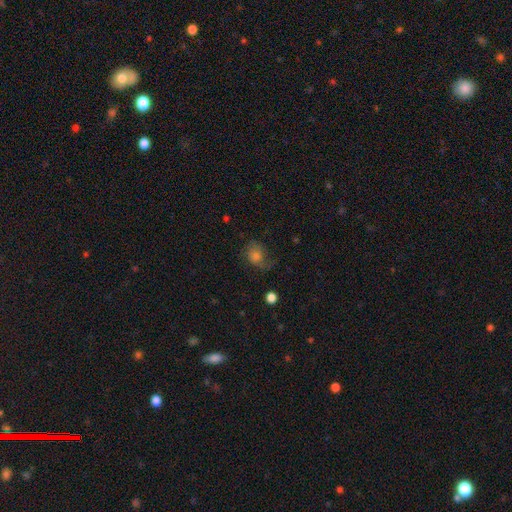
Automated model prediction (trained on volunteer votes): This is possibly a smooth galaxy (59%). How rounded: possibly round (54%). Merging: possibly none (46%).